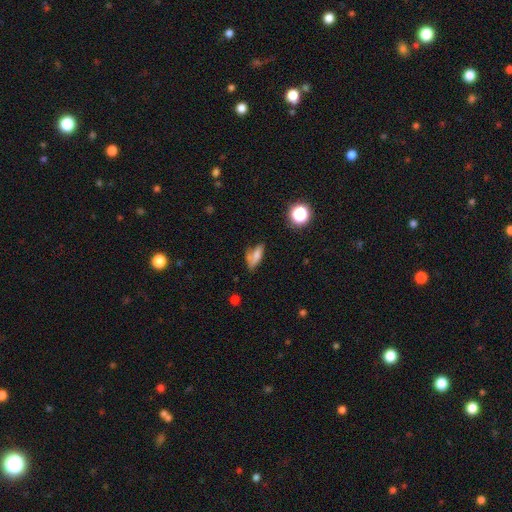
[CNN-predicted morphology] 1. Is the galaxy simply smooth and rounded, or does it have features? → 63% smooth, 24% featured or disk, 12% star or artifact.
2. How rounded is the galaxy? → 71% in between, 23% cigar-shaped, 6% round.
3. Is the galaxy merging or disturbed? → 44% none, 30% minor disturbance, 17% major disturbance, 9% merger.